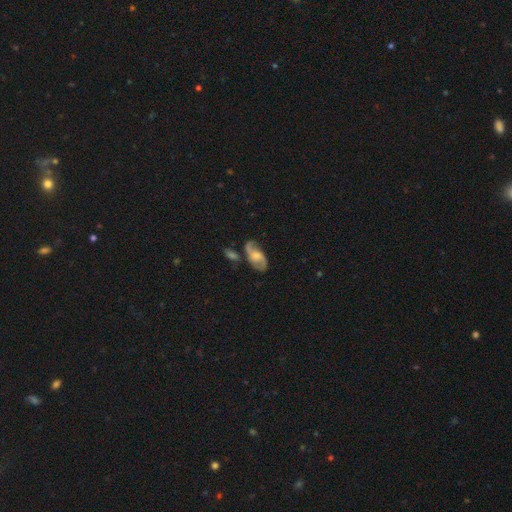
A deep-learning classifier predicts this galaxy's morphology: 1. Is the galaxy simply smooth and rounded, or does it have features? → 80% featured or disk, 14% smooth, 6% star or artifact.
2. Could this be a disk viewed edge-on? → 96% no, 4% yes.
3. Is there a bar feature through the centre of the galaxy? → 51% no, 40% weak, 9% strong.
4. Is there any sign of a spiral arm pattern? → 94% yes, 6% no.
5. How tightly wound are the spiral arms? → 47% medium, 39% loose, 14% tight.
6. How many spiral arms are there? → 91% 2, 4% can't tell, 2% 1, 1% 3, 1% 4, 1% more than 4.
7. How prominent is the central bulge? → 39% moderate, 26% small, 17% none, 16% large, 2% dominant.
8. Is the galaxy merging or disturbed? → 69% none, 16% minor disturbance, 9% merger, 6% major disturbance.